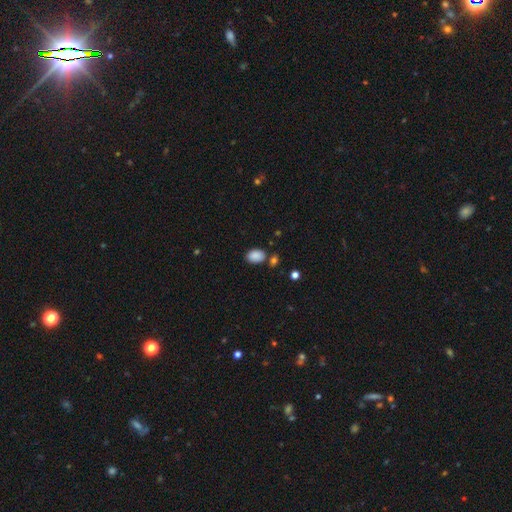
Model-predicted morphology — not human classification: This is clearly a smooth galaxy (88%). How rounded: clearly in between (83%). Merging: likely none (75%).